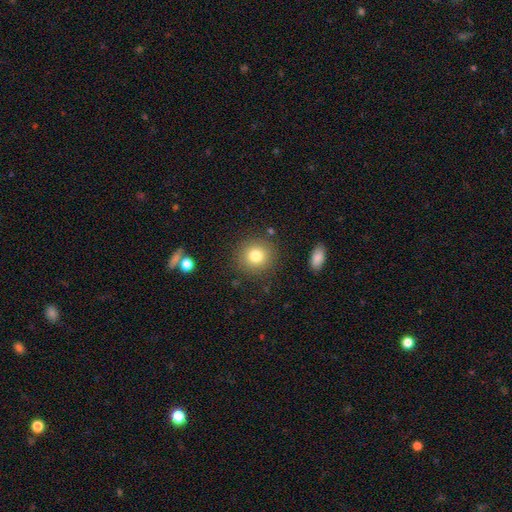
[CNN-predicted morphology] A smooth galaxy with no disk features (80%) that is round (91%).

Vote fractions:
- Smooth or featured? smooth: 80% / star or artifact: 11% / featured or disk: 9%
- How rounded? round: 91% / in between: 8% / cigar-shaped: 1%
- Merging? none: 87% / minor disturbance: 8% / major disturbance: 3% / merger: 2%